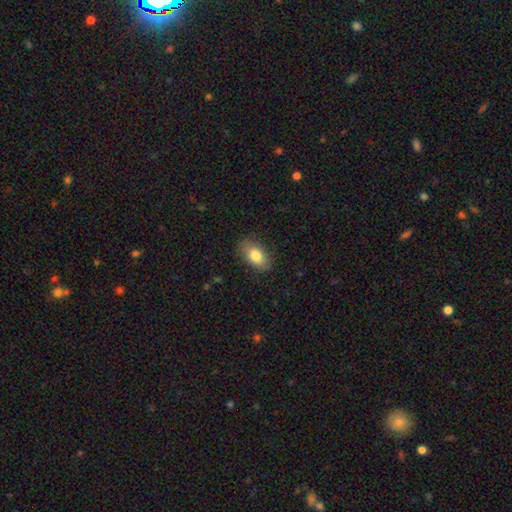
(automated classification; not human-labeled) Q: Smooth or featured?
A: smooth (80%); runner-up: featured or disk (13%)
Q: How rounded?
A: in between (91%); runner-up: round (7%)
Q: Merging?
A: none (85%); runner-up: minor disturbance (11%)